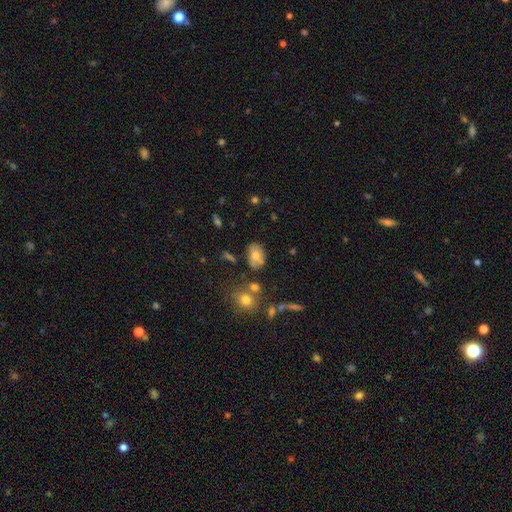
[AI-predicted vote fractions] A smooth galaxy with no disk features (64%) that is in between round and cigar-shaped (77%). Merging: none (67%).